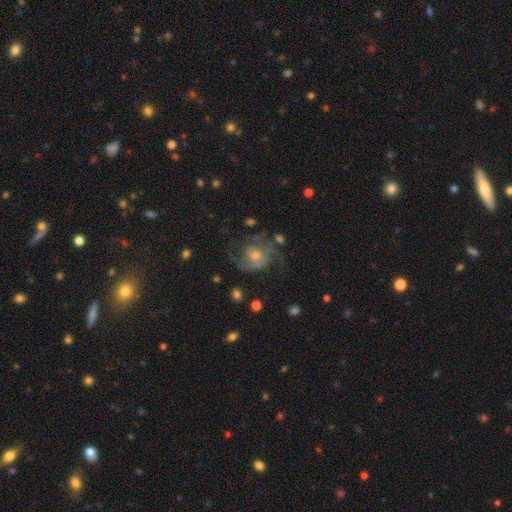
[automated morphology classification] smooth-or-featured: featured or disk: 76% | smooth: 14% | star or artifact: 10%
  disk-edge-on: no: 98% | yes: 2%
    bar: no: 69% | weak: 26% | strong: 5%
    has-spiral-arms: yes: 91% | no: 9%
      spiral-winding: medium: 50% | tight: 26% | loose: 24%
      spiral-arm-count: 2: 56% | can't tell: 17% | 3: 12% | 1: 8% | 4: 4% | more than 4: 3%
    bulge-size: moderate: 48% | small: 43% | large: 5% | none: 3% | dominant: 1%
  merging: none: 60% | major disturbance: 19% | minor disturbance: 18% | merger: 3%